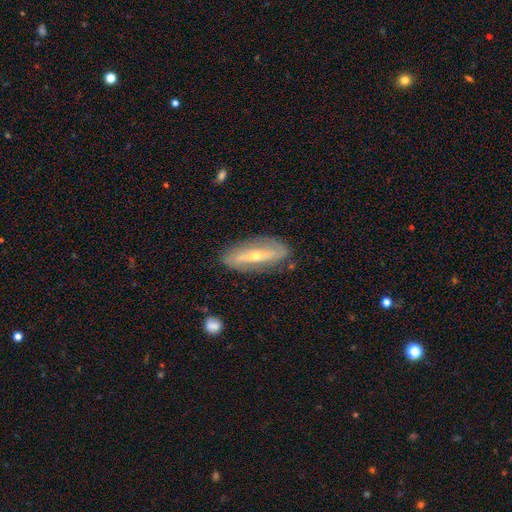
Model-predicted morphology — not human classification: smooth-or-featured: featured or disk: 73% | smooth: 21% | star or artifact: 6%
  disk-edge-on: no: 75% | yes: 25%
    bar: strong: 49% | no: 26% | weak: 24%
    has-spiral-arms: yes: 68% | no: 32%
    bulge-size: small: 53% | moderate: 43% | large: 2% | none: 1% | dominant: 1%
  merging: none: 80% | minor disturbance: 14% | major disturbance: 4% | merger: 2%